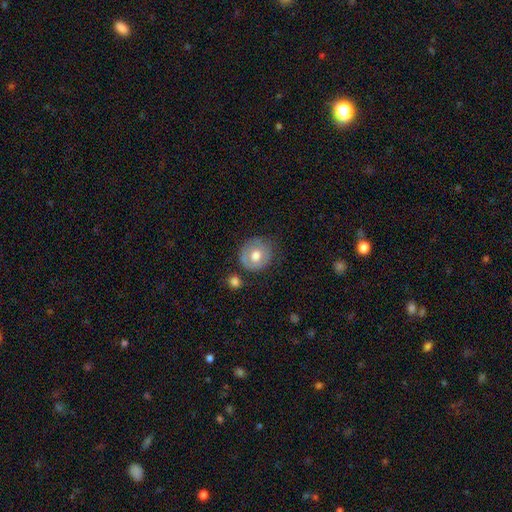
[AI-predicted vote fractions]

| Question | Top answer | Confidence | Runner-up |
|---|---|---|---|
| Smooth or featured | smooth | 60% | featured or disk (34%) |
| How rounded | round | 83% | in between (16%) |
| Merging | none | 67% | minor disturbance (21%) |